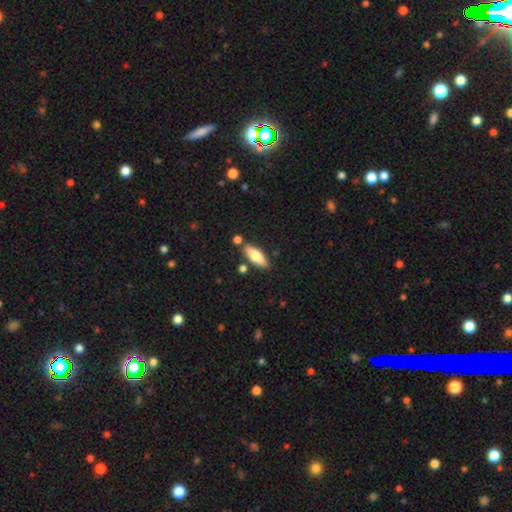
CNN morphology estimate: type=smooth (71%); roundness=in between (68%); merging=none (78%).